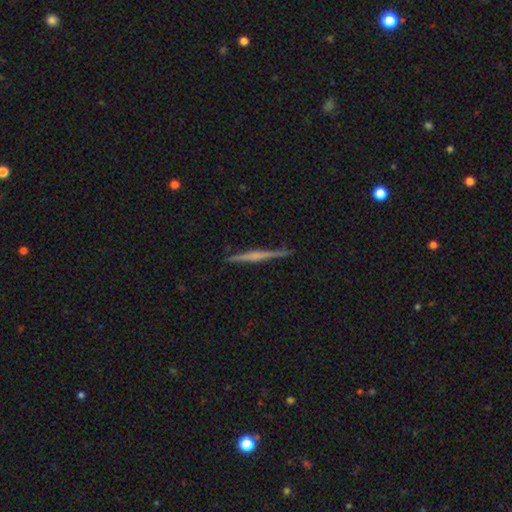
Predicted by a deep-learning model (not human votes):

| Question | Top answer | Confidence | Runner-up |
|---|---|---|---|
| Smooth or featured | featured or disk | 72% | smooth (22%) |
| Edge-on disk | yes | 98% | no (2%) |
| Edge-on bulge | rounded | 52% | none (33%) |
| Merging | none | 91% | minor disturbance (7%) |